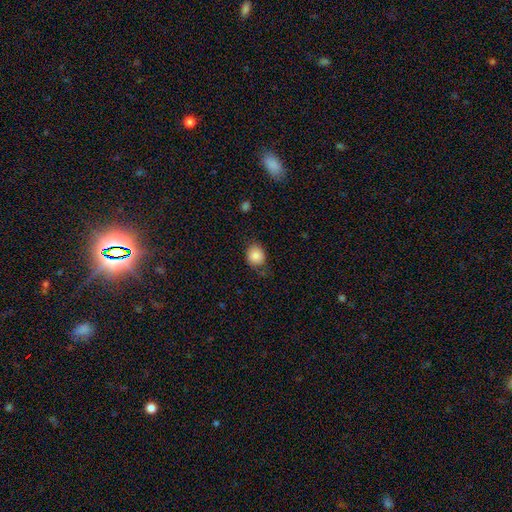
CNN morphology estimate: This is clearly a smooth galaxy (84%). How rounded: likely round (74%). Merging: likely none (71%).